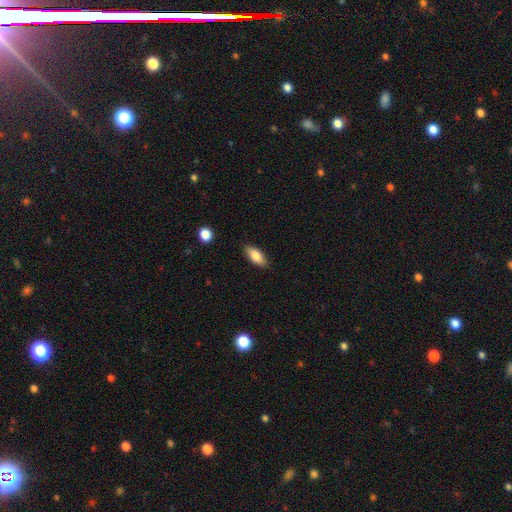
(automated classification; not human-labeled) Q: Smooth or featured?
A: smooth (82%); runner-up: featured or disk (11%)
Q: How rounded?
A: in between (84%); runner-up: cigar-shaped (13%)
Q: Merging?
A: none (86%); runner-up: minor disturbance (11%)